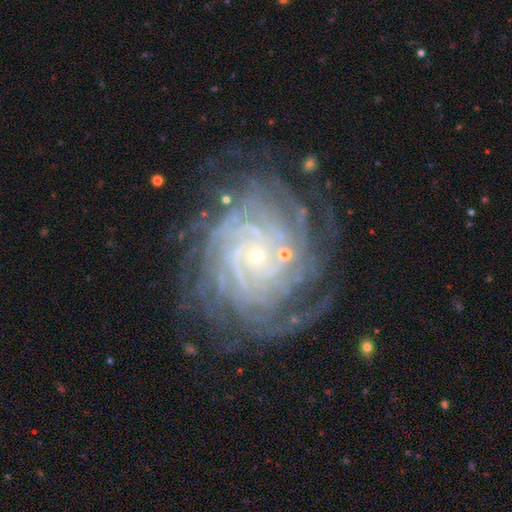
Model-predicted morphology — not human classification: This appears to be a featured or disk galaxy (89%) with no bar (73%), more than 4 (35%) tight (84%) spiral arms (98%) and a small central bulge (86%). Merging: none (74%).